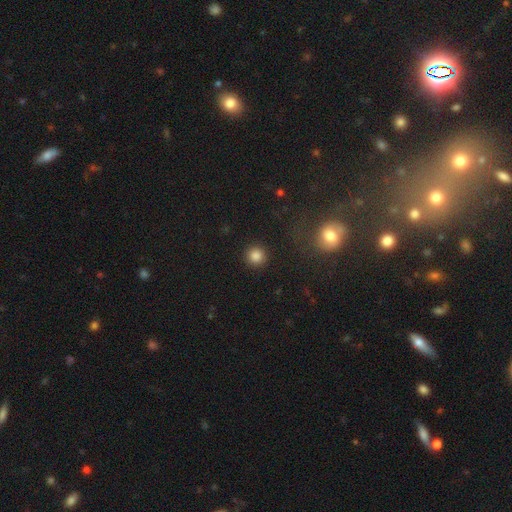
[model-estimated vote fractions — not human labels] Q: Smooth or featured?
A: smooth (85%); runner-up: star or artifact (12%)
Q: How rounded?
A: round (95%); runner-up: in between (4%)
Q: Merging?
A: none (92%); runner-up: minor disturbance (5%)